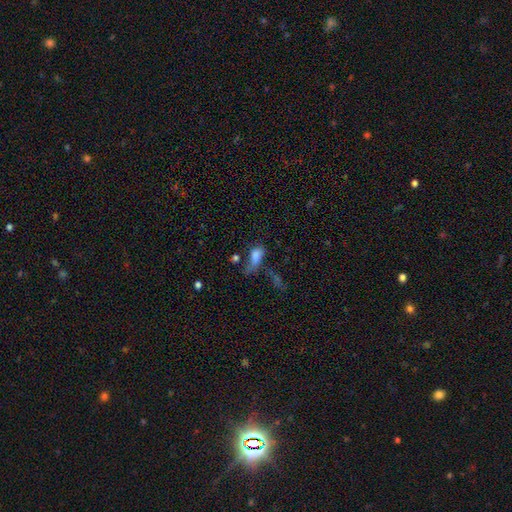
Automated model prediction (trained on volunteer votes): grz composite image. It shows a smooth galaxy with no disk features (69%) that is in between round and cigar-shaped (84%). Merging: major disturbance (37%).